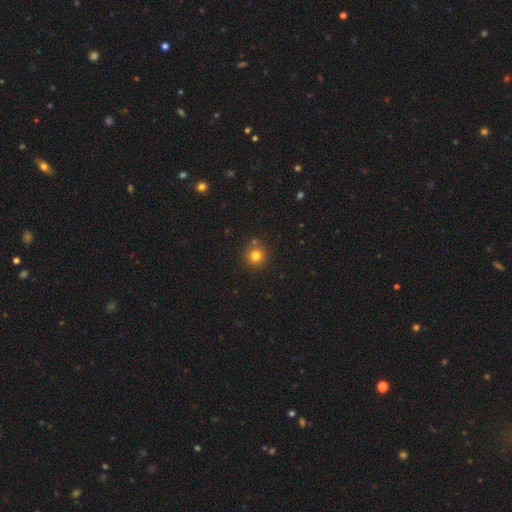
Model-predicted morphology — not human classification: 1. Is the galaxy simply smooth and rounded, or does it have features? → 80% smooth, 14% star or artifact, 6% featured or disk.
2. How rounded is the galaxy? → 94% round, 5% in between, 1% cigar-shaped.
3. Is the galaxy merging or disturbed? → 83% none, 7% merger, 7% minor disturbance, 2% major disturbance.